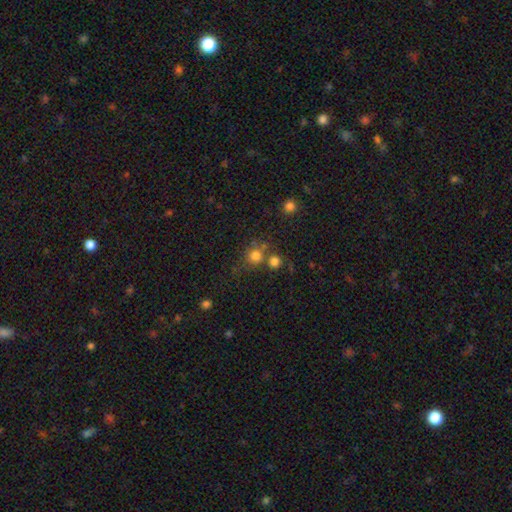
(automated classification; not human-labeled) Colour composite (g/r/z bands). It shows a smooth galaxy with no disk features (76%) that is round (87%). Merging: none (59%).